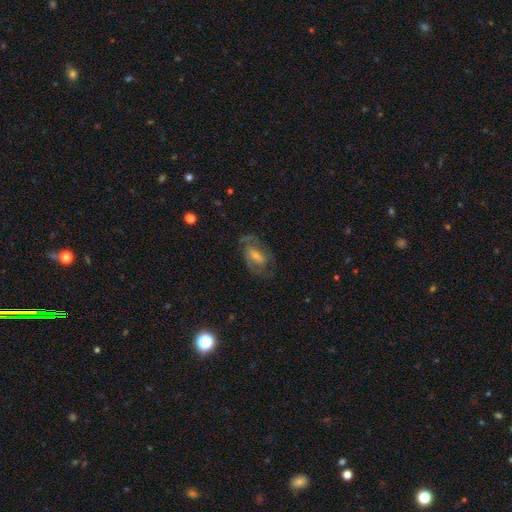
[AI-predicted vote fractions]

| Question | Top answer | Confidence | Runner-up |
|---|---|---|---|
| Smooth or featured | featured or disk | 71% | smooth (19%) |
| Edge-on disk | no | 95% | yes (5%) |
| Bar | weak | 46% | no (33%) |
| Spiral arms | yes | 87% | no (13%) |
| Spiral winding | medium | 50% | tight (34%) |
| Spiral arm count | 2 | 72% | can't tell (16%) |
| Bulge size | small | 48% | moderate (35%) |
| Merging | none | 71% | minor disturbance (16%) |